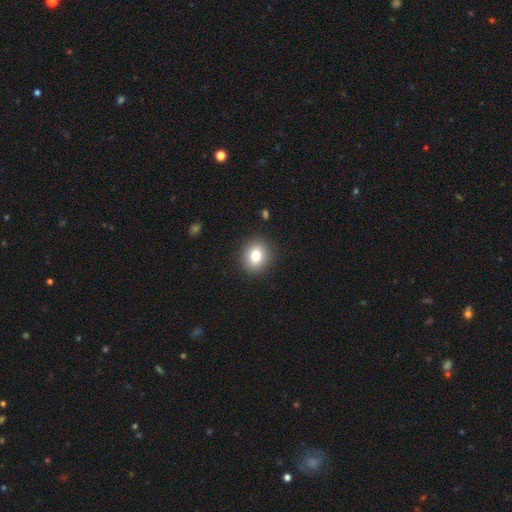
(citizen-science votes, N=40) A smooth galaxy with no disk features (82%) that is round (82%). Merging: none (94%).